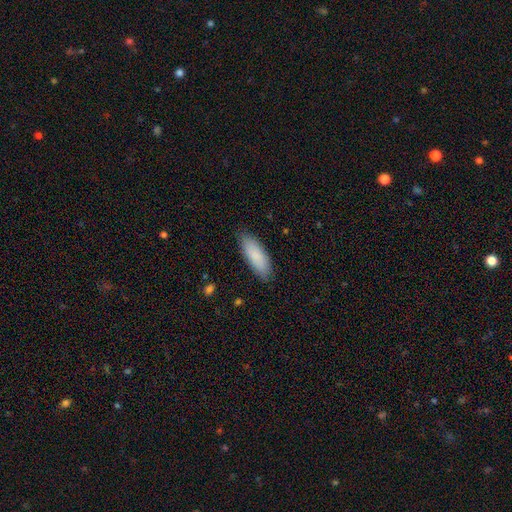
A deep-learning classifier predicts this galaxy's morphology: Smooth or featured? Predicted: smooth (p=0.87). How rounded? Predicted: in between (p=0.67). Merging? Predicted: none (p=0.86).